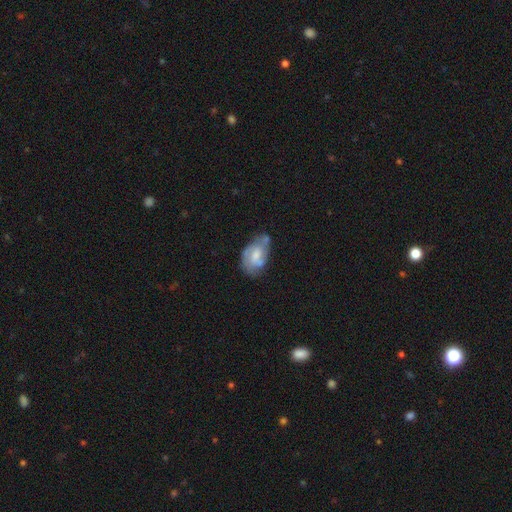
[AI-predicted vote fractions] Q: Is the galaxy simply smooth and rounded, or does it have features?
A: featured or disk — 54%.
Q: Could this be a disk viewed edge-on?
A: no — 96%.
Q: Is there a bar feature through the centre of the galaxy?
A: no — 59%.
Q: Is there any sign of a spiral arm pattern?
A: yes — 64%.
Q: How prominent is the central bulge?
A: moderate — 45%.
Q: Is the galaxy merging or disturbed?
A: none — 42%.